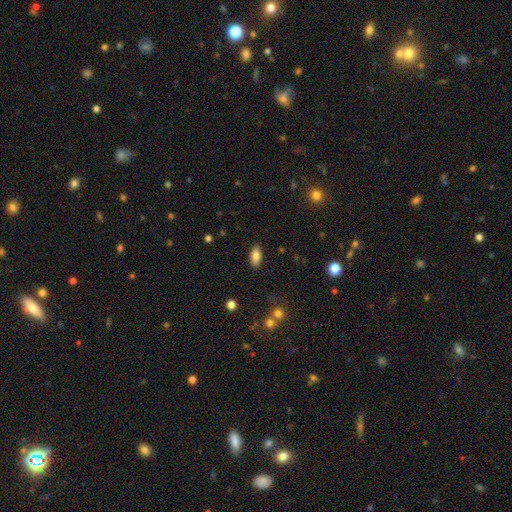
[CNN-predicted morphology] smooth 81%, featured or disk 11%, star or artifact 8%. Down the decision tree: how rounded — in between (86%); merging — none (88%).